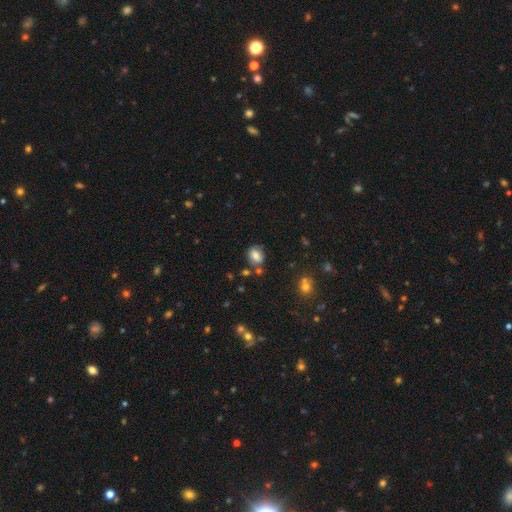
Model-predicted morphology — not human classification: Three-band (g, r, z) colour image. It shows a smooth galaxy with no disk features (76%) that is round (50%). Merging: none (69%).